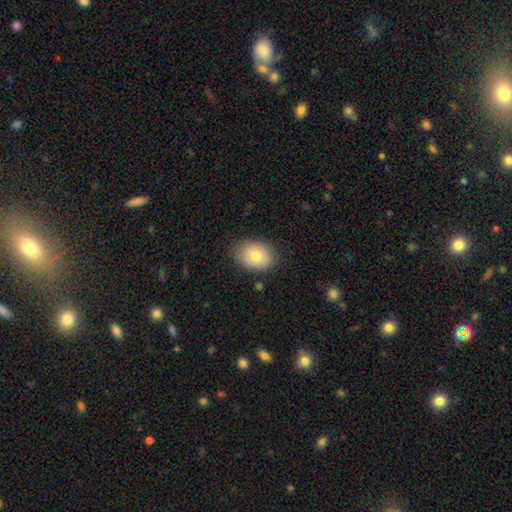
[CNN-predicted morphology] Smooth or featured? Predicted: smooth (p=0.80). How rounded? Predicted: in between (p=0.72). Merging? Predicted: none (p=0.82).